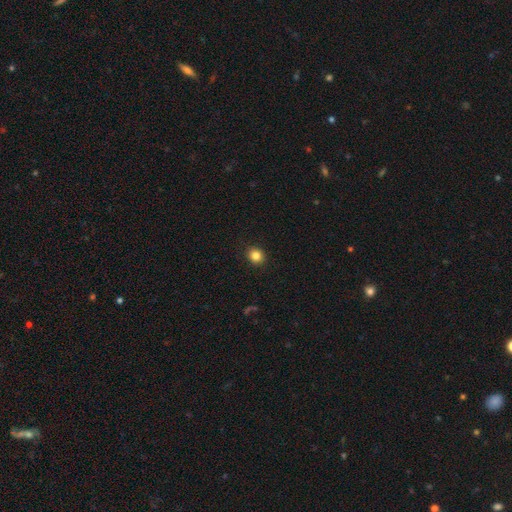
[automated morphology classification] A smooth galaxy with no disk features (84%) that is round (83%).

Vote fractions:
- Smooth or featured? smooth: 84% / star or artifact: 11% / featured or disk: 5%
- How rounded? round: 83% / in between: 16% / cigar-shaped: 1%
- Merging? none: 92% / minor disturbance: 6% / major disturbance: 2% / merger: 1%